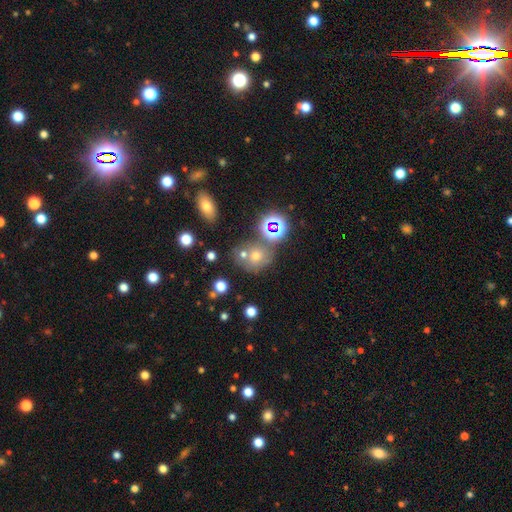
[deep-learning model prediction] Smooth or featured?
  - smooth: 54% *
  - star or artifact: 28%
  - featured or disk: 17%
How rounded?
  - round: 69% *
  - in between: 29%
  - cigar-shaped: 1%
Merging?
  - none: 50% *
  - merger: 30%
  - minor disturbance: 13%
  - major disturbance: 7%